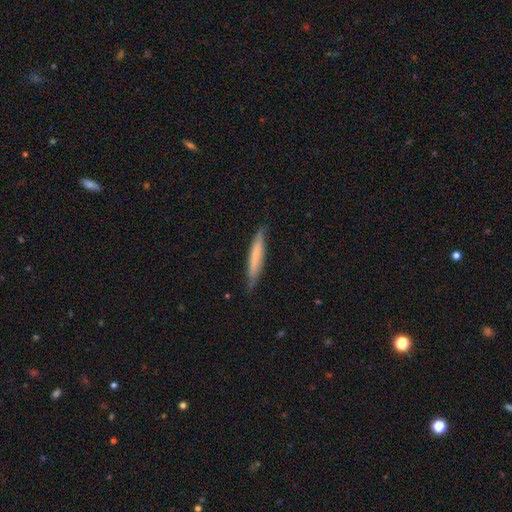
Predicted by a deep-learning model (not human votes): This is likely a smooth galaxy (61%). How rounded: clearly cigar-shaped (94%). Merging: clearly none (81%).